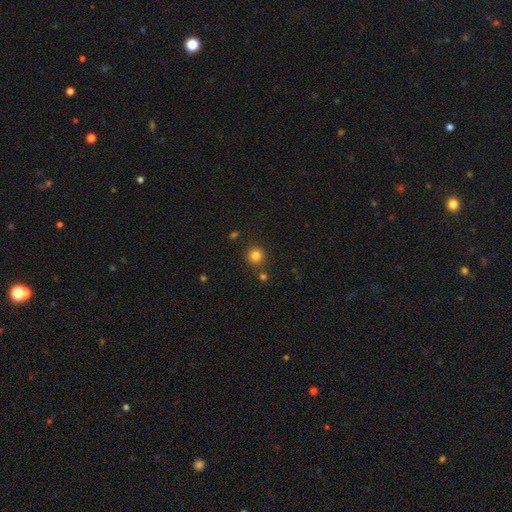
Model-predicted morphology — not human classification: A smooth galaxy with no disk features (83%) that is round (93%). Merging: none (84%).